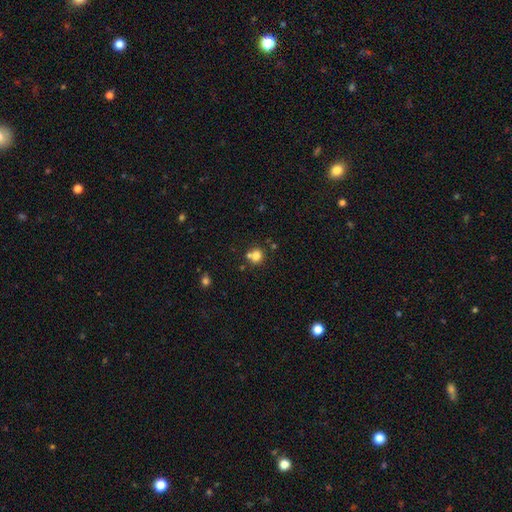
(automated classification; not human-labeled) Smooth or featured? smooth (77%)
How rounded? round (81%)
Merging? none (57%)